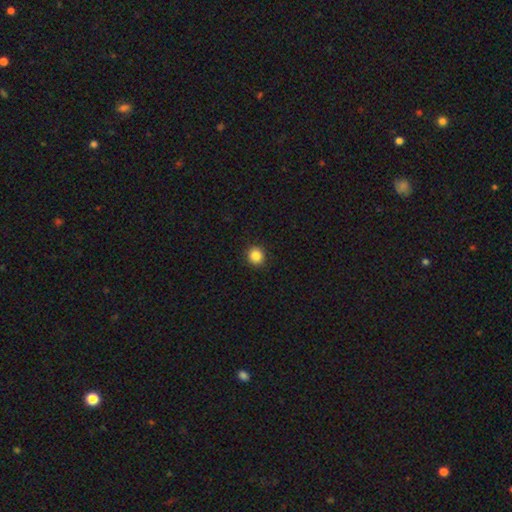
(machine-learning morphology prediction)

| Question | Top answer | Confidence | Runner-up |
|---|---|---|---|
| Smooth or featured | smooth | 86% | star or artifact (10%) |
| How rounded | round | 92% | in between (7%) |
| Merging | none | 93% | minor disturbance (5%) |